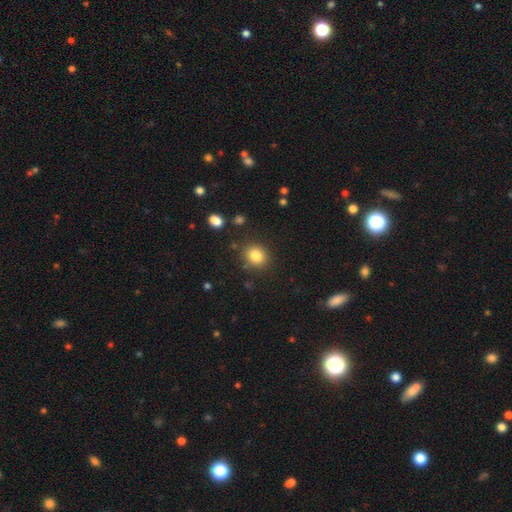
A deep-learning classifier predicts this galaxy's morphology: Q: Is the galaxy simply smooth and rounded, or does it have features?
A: smooth — 83%.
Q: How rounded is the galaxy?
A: round — 74%.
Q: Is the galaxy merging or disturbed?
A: none — 85%.